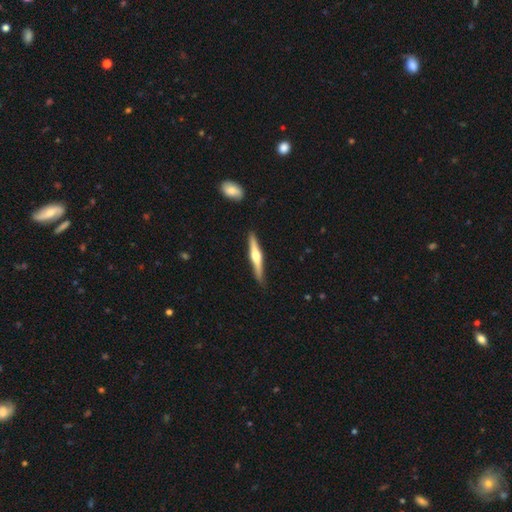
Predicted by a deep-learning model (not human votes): This is likely a featured or disk galaxy (67%). It is clearly viewed edge-on (97%). Edge-on bulge: clearly rounded (92%). Merging: clearly none (88%).